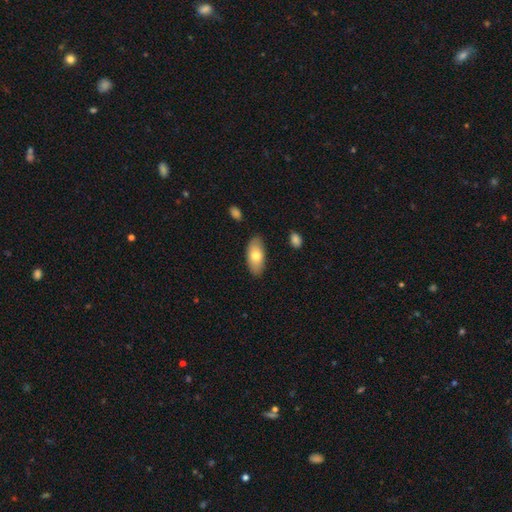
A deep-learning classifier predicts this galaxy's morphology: Smooth or featured?
  - smooth: 72% *
  - featured or disk: 21%
  - star or artifact: 6%
How rounded?
  - in between: 91% *
  - cigar-shaped: 7%
  - round: 3%
Merging?
  - none: 85% *
  - minor disturbance: 11%
  - major disturbance: 2%
  - merger: 2%